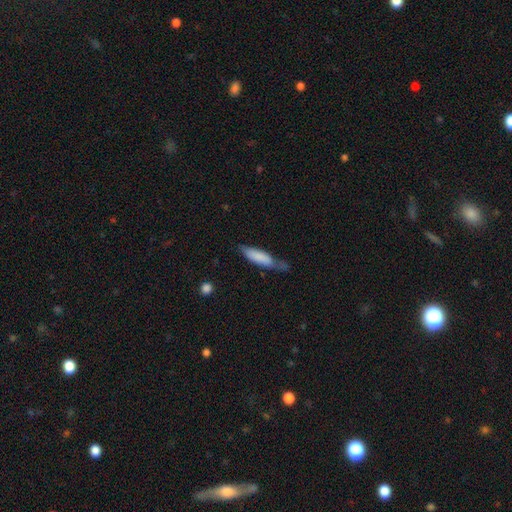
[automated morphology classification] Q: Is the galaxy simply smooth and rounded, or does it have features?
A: smooth — 64%.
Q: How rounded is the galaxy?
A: cigar-shaped — 76%.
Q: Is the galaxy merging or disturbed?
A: none — 65%.